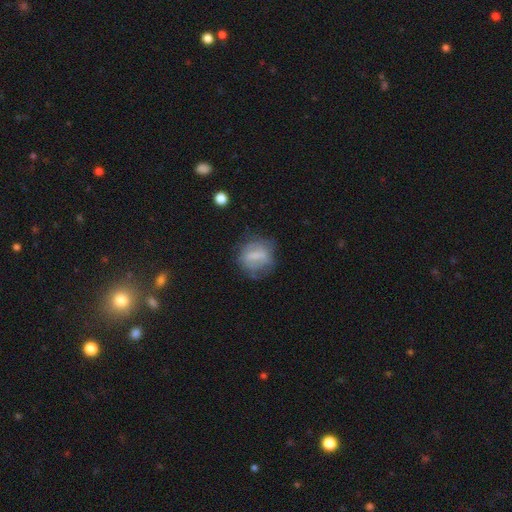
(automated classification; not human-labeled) This is possibly a smooth galaxy (54%). How rounded: likely round (63%). Merging: possibly none (60%).